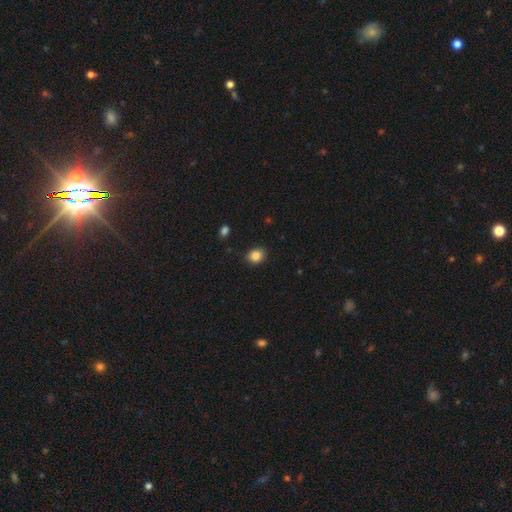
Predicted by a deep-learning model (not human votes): smooth_or_featured: smooth (p=0.86) [alt: star or artifact p=0.10]
how_rounded: round (p=0.57) [alt: in between p=0.42]
merging: none (p=0.87) [alt: minor disturbance p=0.09]